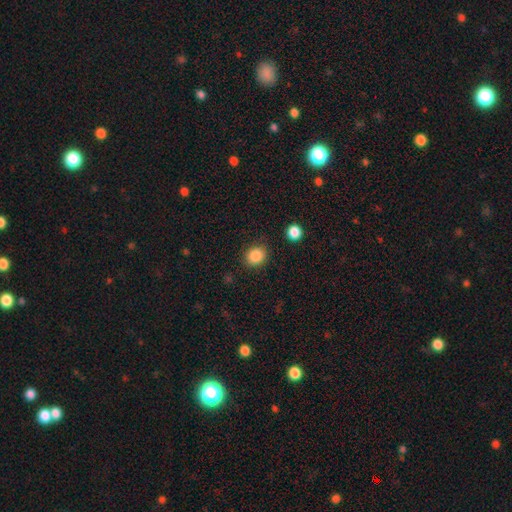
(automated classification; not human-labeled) Smooth or featured: smooth — 86% (star or artifact — 10%)
How rounded: round — 72% (in between — 27%)
Merging: none — 86% (minor disturbance — 9%)